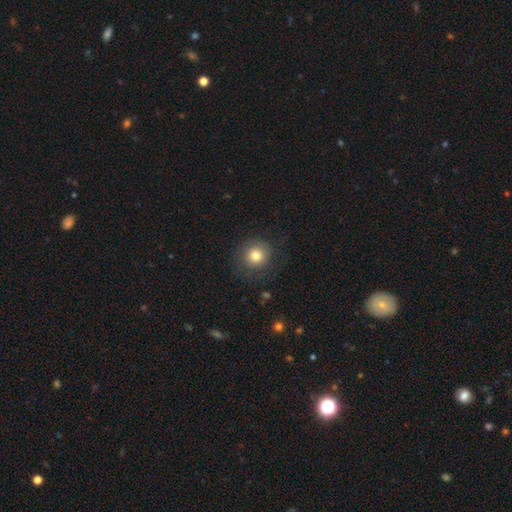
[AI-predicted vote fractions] Smooth or featured?
  - smooth: 79% *
  - featured or disk: 11%
  - star or artifact: 11%
How rounded?
  - round: 91% *
  - in between: 8%
  - cigar-shaped: 1%
Merging?
  - none: 81% *
  - minor disturbance: 12%
  - major disturbance: 6%
  - merger: 1%